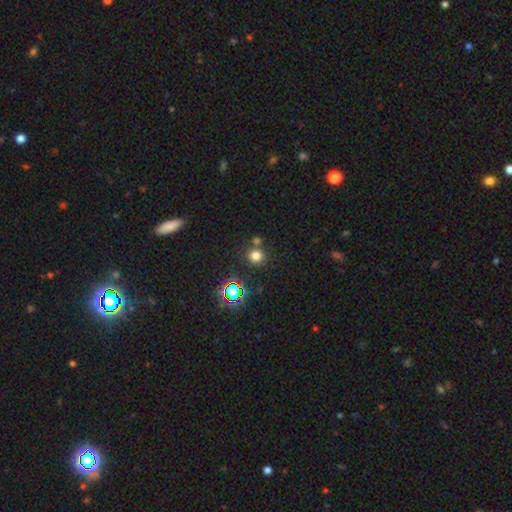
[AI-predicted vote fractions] Morphology: type=smooth (72%); roundness=round (86%); merging=none (73%).